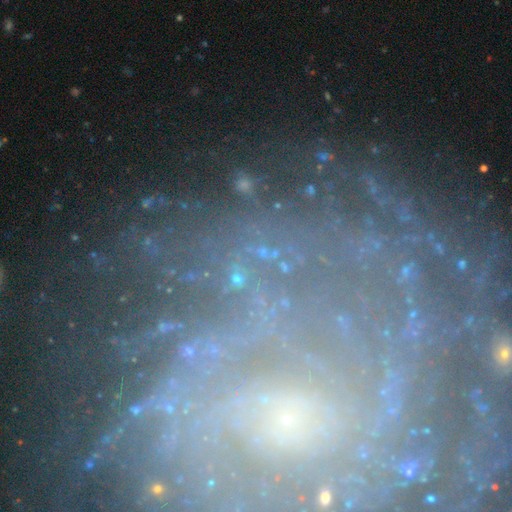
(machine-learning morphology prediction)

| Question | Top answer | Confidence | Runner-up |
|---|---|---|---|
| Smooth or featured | featured or disk | 74% | star or artifact (16%) |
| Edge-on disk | no | 96% | yes (4%) |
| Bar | no | 68% | weak (20%) |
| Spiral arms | yes | 92% | no (8%) |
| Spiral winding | tight | 77% | medium (17%) |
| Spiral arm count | can't tell | 31% | more than 4 (21%) |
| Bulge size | small | 75% | moderate (11%) |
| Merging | none | 75% | minor disturbance (14%) |